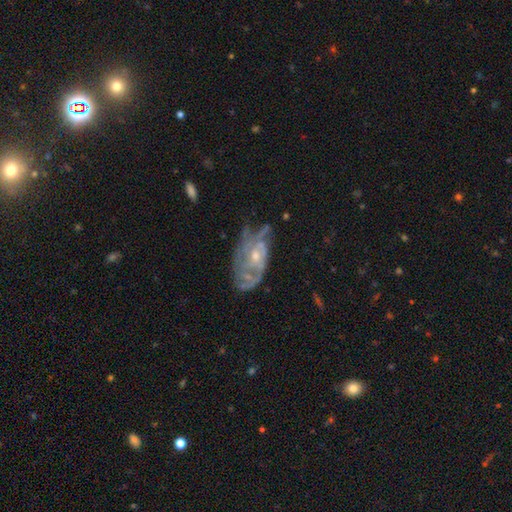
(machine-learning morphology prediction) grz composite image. It shows a featured or disk galaxy (78%) with no bar (75%), tight (53%) spiral arms (81%) and a small central bulge (56%). Merging: none (51%).